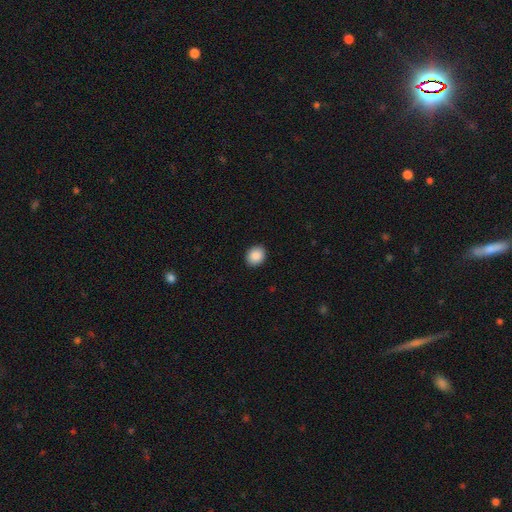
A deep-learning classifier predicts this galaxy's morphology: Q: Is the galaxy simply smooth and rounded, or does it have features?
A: smooth — 89%.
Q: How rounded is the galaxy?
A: round — 62%.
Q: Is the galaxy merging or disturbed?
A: none — 92%.